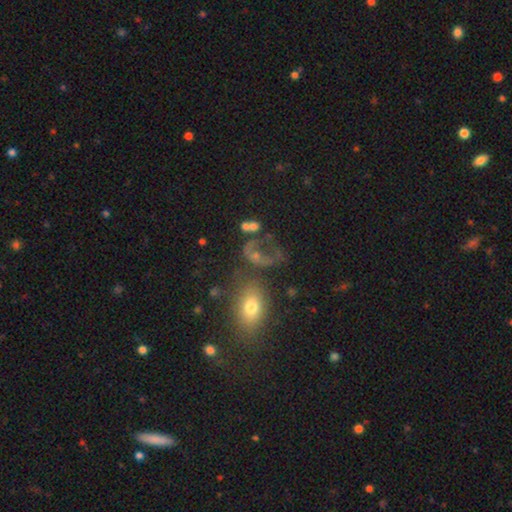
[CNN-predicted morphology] Smooth or featured?
  - featured or disk: 42% *
  - smooth: 35%
  - star or artifact: 23%
Merging?
  - major disturbance: 33% *
  - none: 32%
  - merger: 19%
  - minor disturbance: 16%